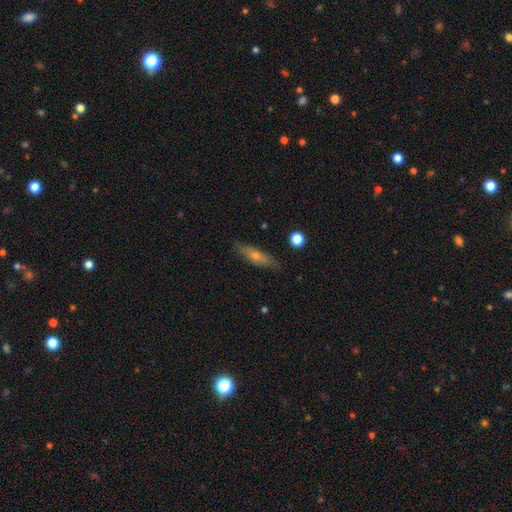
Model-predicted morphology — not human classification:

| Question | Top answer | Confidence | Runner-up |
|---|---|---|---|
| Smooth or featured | smooth | 48% | featured or disk (44%) |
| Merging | none | 83% | minor disturbance (13%) |